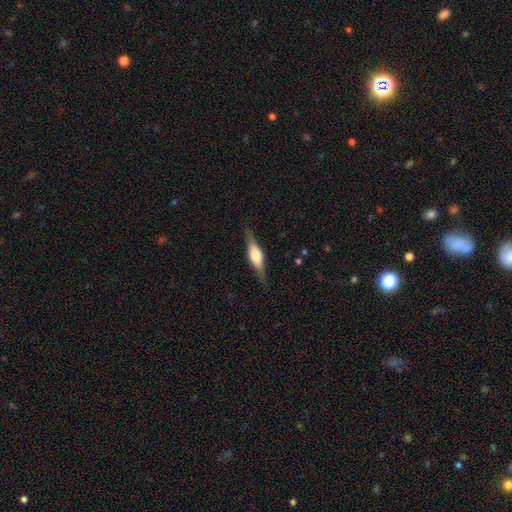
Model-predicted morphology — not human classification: featured or disk 62%, smooth 32%, star or artifact 6%. Down the decision tree: edge-on disk — yes (95%); edge-on bulge — rounded (80%); merging — none (85%).